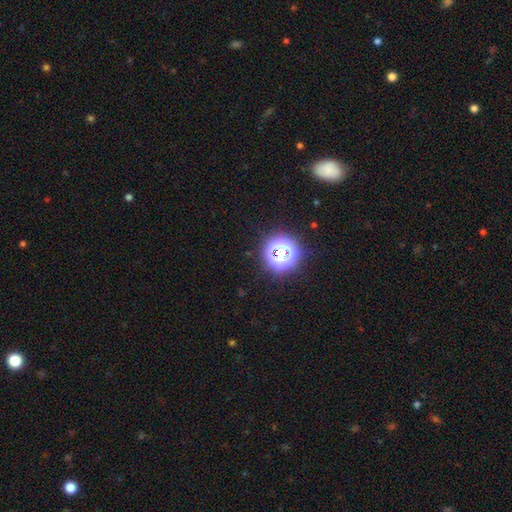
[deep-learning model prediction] A star or artifact, not a galaxy (74%).